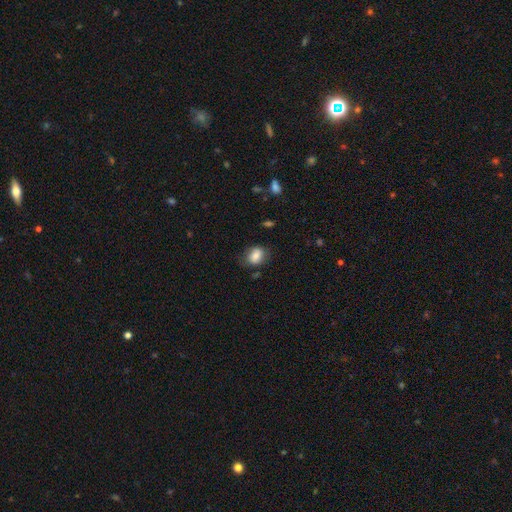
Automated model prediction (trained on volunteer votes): A smooth galaxy with no disk features (79%) that is in between round and cigar-shaped (57%). Merging: none (70%).